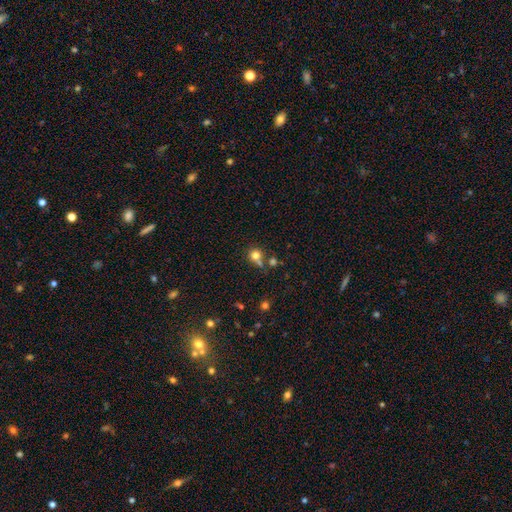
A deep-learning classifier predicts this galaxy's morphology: A smooth galaxy with no disk features (78%) that is round (89%).

Vote fractions:
- Smooth or featured? smooth: 78% / star or artifact: 13% / featured or disk: 9%
- How rounded? round: 89% / in between: 10% / cigar-shaped: 1%
- Merging? none: 56% / merger: 30% / minor disturbance: 10% / major disturbance: 4%